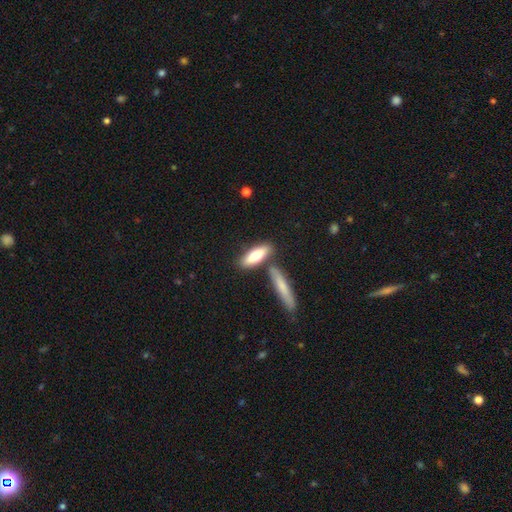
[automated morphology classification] Smooth or featured? smooth (72%)
How rounded? in between (50%)
Merging? none (66%)